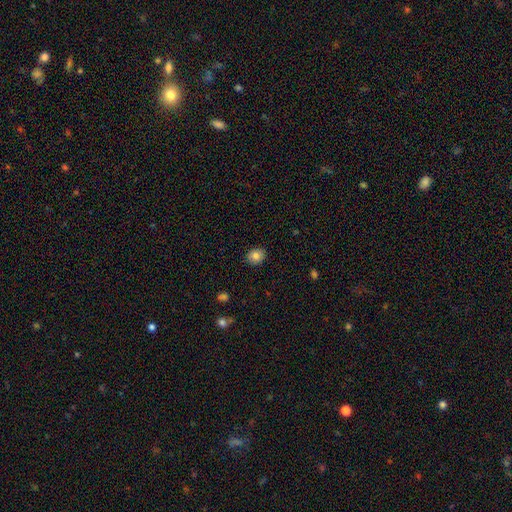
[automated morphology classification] smooth-or-featured: smooth: 83% | star or artifact: 10% | featured or disk: 7%
  how-rounded: round: 67% | in between: 32% | cigar-shaped: 1%
  merging: none: 89% | minor disturbance: 8% | major disturbance: 2% | merger: 1%